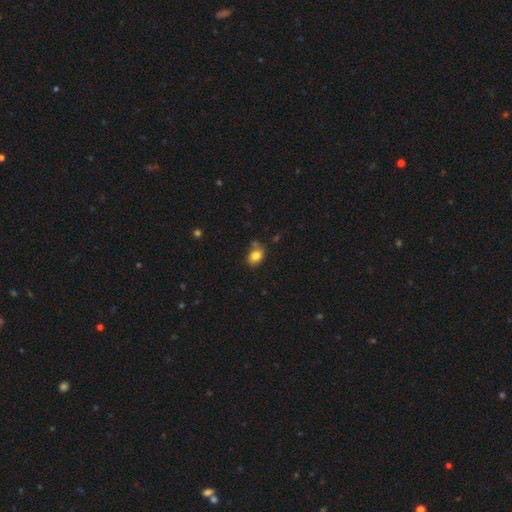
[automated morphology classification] Smooth or featured: smooth — 82% (star or artifact — 10%)
How rounded: in between — 70% (round — 29%)
Merging: none — 66% (minor disturbance — 21%)